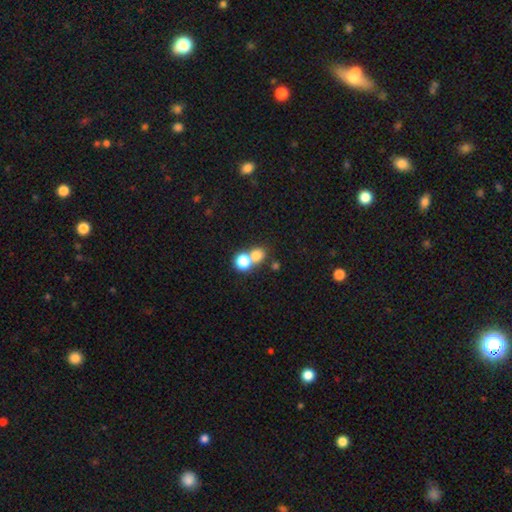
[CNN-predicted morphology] A smooth galaxy with no disk features (76%) that is round (78%).

Vote fractions:
- Smooth or featured? smooth: 76% / star or artifact: 14% / featured or disk: 11%
- How rounded? round: 78% / in between: 20% / cigar-shaped: 1%
- Merging? merger: 52% / none: 39% / minor disturbance: 5% / major disturbance: 3%